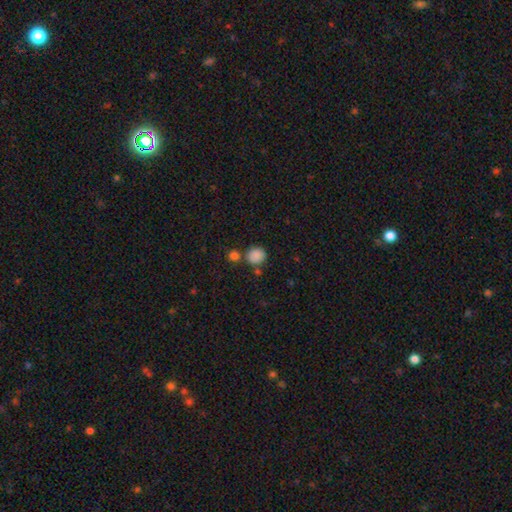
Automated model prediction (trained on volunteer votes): A smooth galaxy with no disk features (86%) that is round (80%).

Vote fractions:
- Smooth or featured? smooth: 86% / star or artifact: 10% / featured or disk: 4%
- How rounded? round: 80% / in between: 19% / cigar-shaped: 1%
- Merging? none: 71% / merger: 14% / minor disturbance: 11% / major disturbance: 3%